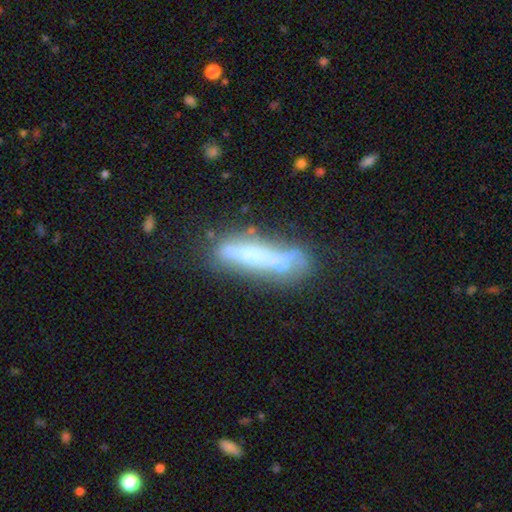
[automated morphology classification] Smooth or featured?
  - featured or disk: 58% *
  - smooth: 32%
  - star or artifact: 10%
Edge-on disk?
  - yes: 53% *
  - no: 47%
Merging?
  - none: 44% *
  - merger: 20%
  - minor disturbance: 20%
  - major disturbance: 16%